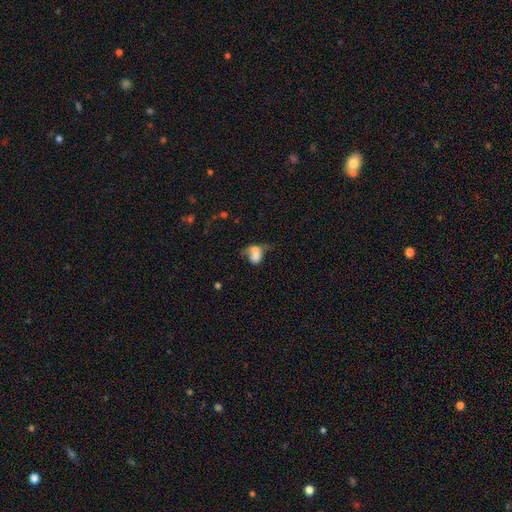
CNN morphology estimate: smooth 65%, featured or disk 24%, star or artifact 11%. Down the decision tree: how rounded — in between (70%); merging — merger (47%).